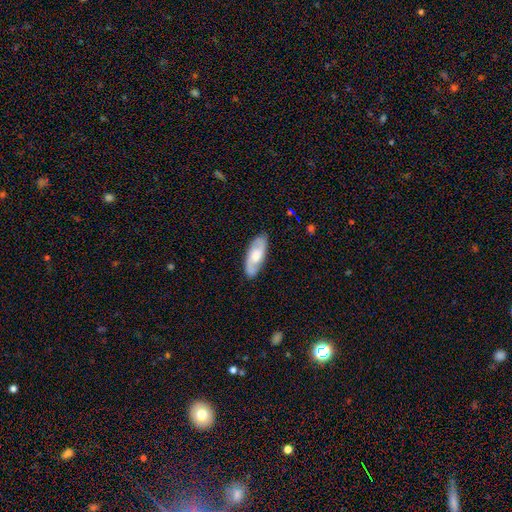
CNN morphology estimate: featured or disk 55%, smooth 40%, star or artifact 5%. Down the decision tree: edge-on disk — no (86%); merging — none (84%).